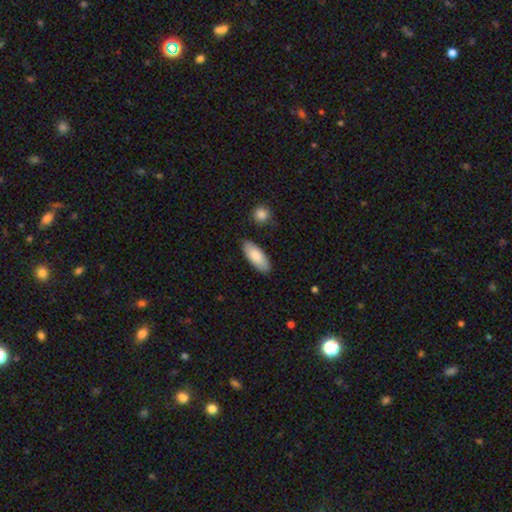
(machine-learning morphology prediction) This appears to be a smooth galaxy with no disk features (84%) that is in between round and cigar-shaped (82%). Merging: none (84%).